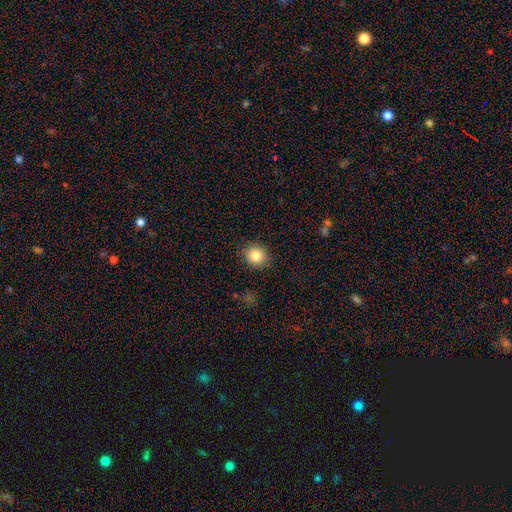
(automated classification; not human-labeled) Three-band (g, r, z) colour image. It shows a smooth galaxy with no disk features (83%) that is round (81%). Merging: none (87%).